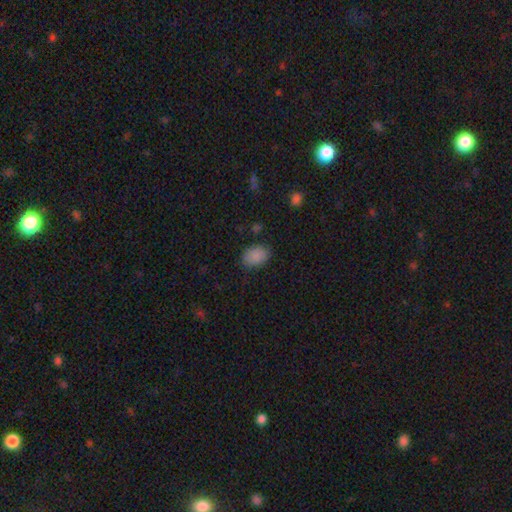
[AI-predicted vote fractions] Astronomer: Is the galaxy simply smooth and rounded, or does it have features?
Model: smooth — 87%.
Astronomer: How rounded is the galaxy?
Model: in between — 80%.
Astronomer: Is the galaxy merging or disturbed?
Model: none — 81%.